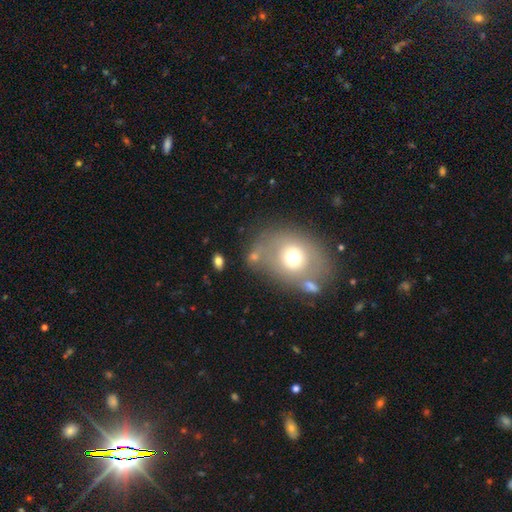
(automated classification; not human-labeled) smooth-or-featured: smooth: 57% | featured or disk: 30% | star or artifact: 13%
  how-rounded: in between: 56% | round: 42% | cigar-shaped: 1%
  merging: none: 65% | minor disturbance: 17% | merger: 10% | major disturbance: 8%